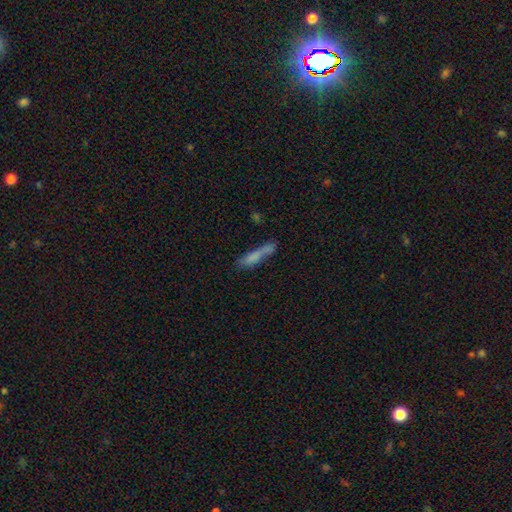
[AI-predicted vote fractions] A smooth galaxy with no disk features (69%) that is cigar-shaped (83%). Merging: none (51%).